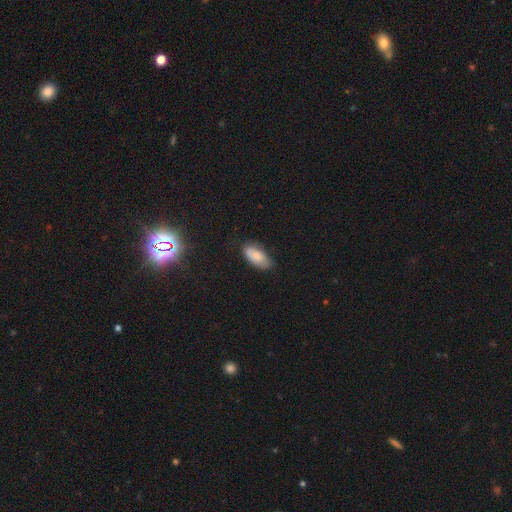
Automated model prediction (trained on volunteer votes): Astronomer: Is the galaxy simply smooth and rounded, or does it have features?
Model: smooth — 75%.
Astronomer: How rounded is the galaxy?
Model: in between — 92%.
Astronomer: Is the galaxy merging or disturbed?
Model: none — 65%.